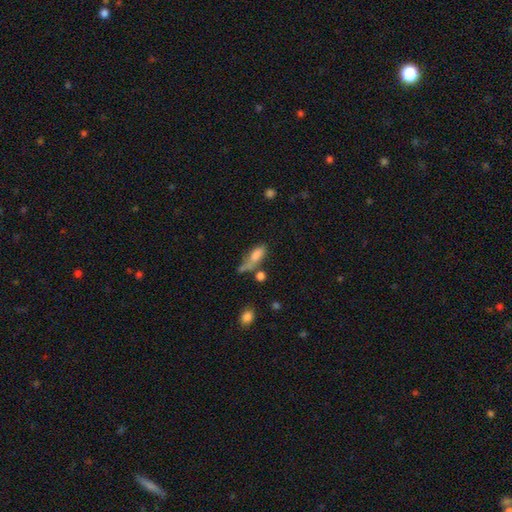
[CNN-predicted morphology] Smooth or featured? Predicted: smooth (p=0.69). How rounded? Predicted: in between (p=0.66). Merging? Predicted: none (p=0.29).